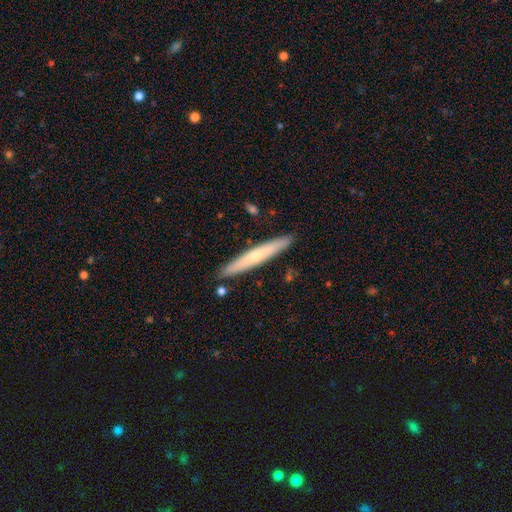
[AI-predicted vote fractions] Smooth or featured?
  - featured or disk: 51% *
  - smooth: 42%
  - star or artifact: 7%
Edge-on disk?
  - yes: 94% *
  - no: 6%
Merging?
  - none: 87% *
  - minor disturbance: 9%
  - merger: 2%
  - major disturbance: 2%